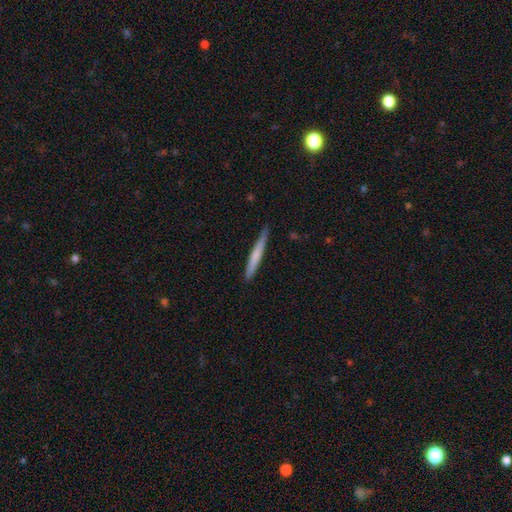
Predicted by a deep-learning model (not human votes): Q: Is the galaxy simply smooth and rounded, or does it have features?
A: smooth — 62%.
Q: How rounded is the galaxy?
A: cigar-shaped — 97%.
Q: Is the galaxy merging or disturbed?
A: none — 87%.